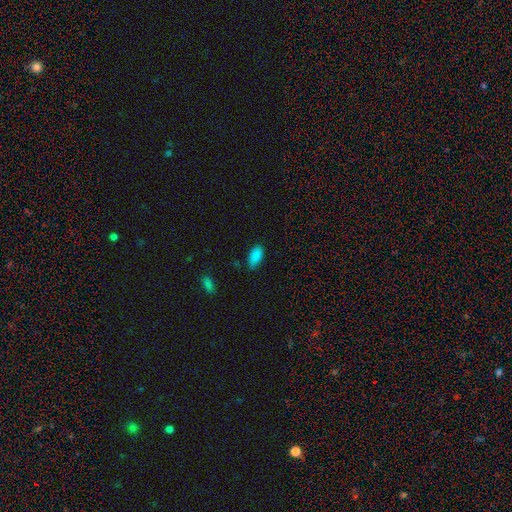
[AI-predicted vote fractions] smooth 87%, star or artifact 9%, featured or disk 4%. Down the decision tree: how rounded — in between (91%); merging — none (81%).